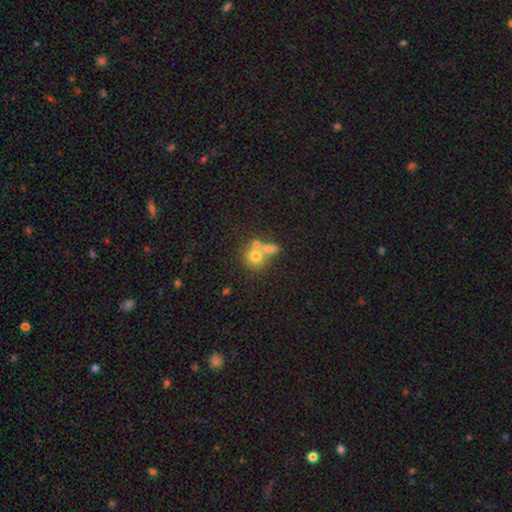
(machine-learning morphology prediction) This is likely a smooth galaxy (67%). How rounded: likely round (78%). Merging: possibly merger (50%).